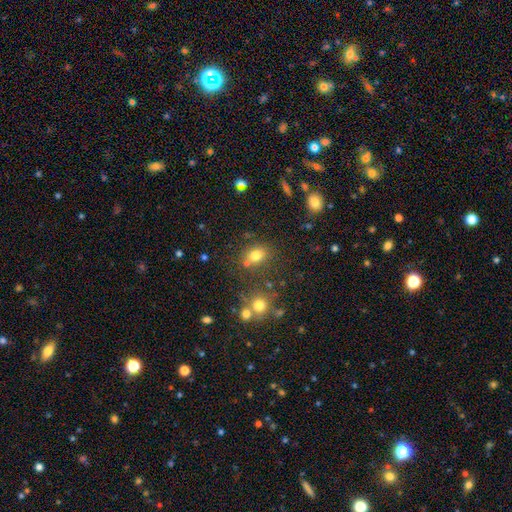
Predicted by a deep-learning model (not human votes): This is likely a smooth galaxy (75%). How rounded: likely in between (61%). Merging: likely none (65%).